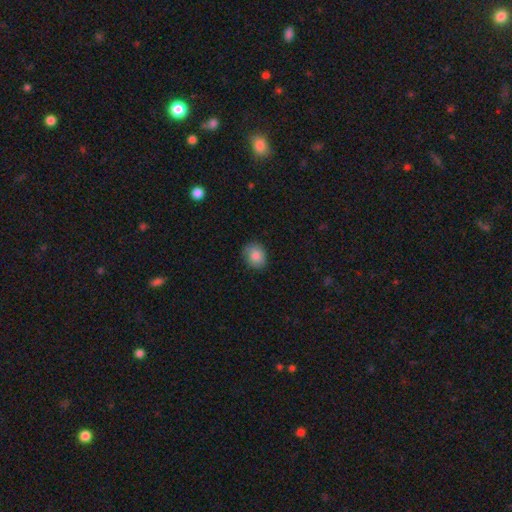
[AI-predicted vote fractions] Smooth or featured? smooth (84%)
How rounded? round (61%)
Merging? none (80%)